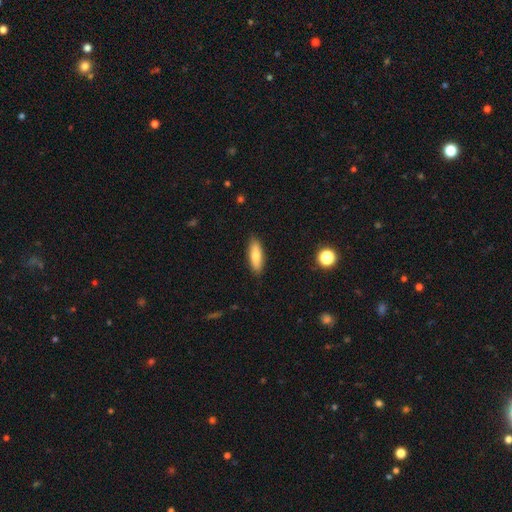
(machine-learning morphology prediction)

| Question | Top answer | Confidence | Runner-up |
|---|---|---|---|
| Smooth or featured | smooth | 76% | featured or disk (17%) |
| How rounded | in between | 57% | cigar-shaped (40%) |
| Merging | none | 87% | minor disturbance (10%) |